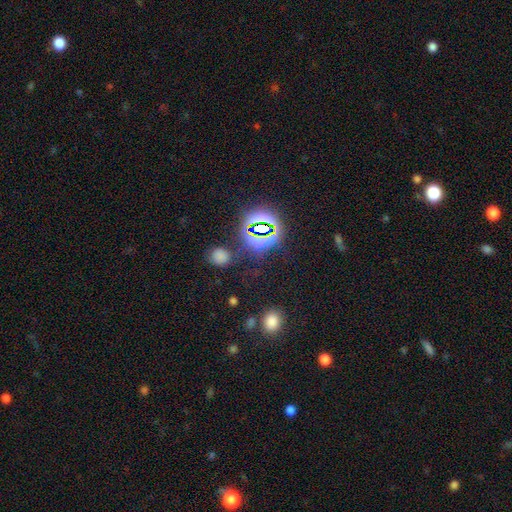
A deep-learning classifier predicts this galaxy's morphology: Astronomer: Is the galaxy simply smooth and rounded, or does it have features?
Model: star or artifact — 72%.